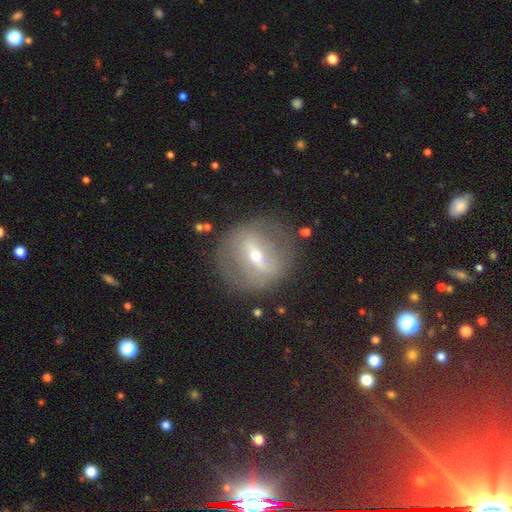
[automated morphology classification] smooth_or_featured: featured or disk (p=0.70) [alt: smooth p=0.21]
disk_edge_on: no (p=0.83) [alt: yes p=0.17]
bar: strong (p=0.60) [alt: weak p=0.27]
has_spiral_arms: no (p=0.72) [alt: yes p=0.28]
bulge_size: small (p=0.57) [alt: moderate p=0.40]
merging: none (p=0.78) [alt: minor disturbance p=0.13]